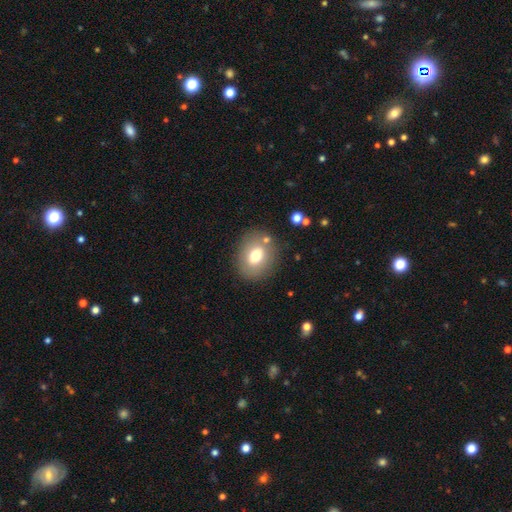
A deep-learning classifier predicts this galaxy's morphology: type=smooth (70%); roundness=in between (56%); merging=none (79%).